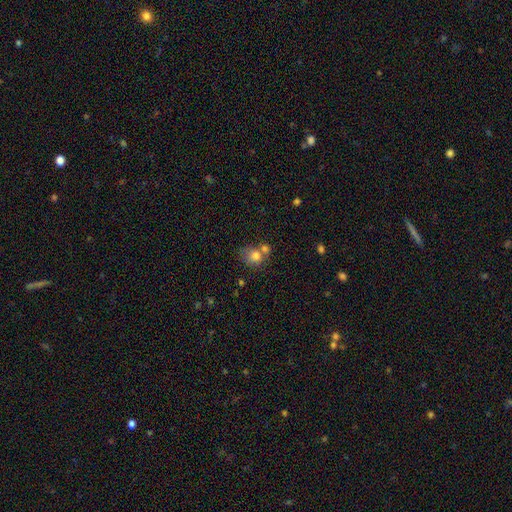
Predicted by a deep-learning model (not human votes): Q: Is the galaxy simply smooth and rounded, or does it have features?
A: smooth — 76%.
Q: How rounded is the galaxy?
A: round — 67%.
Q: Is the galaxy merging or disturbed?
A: merger — 40%.